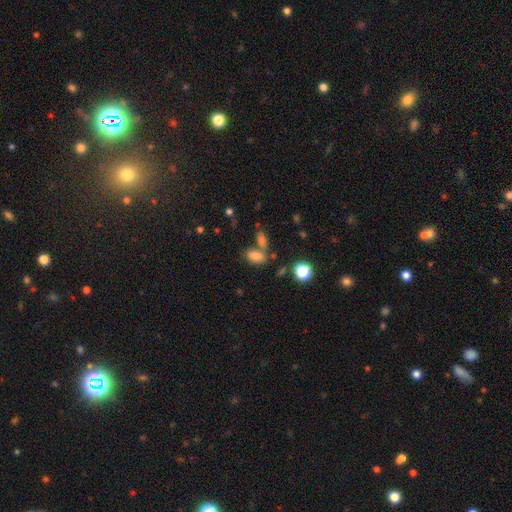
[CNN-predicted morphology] Smooth or featured?
  - smooth: 80% *
  - star or artifact: 12%
  - featured or disk: 8%
How rounded?
  - in between: 88% *
  - round: 9%
  - cigar-shaped: 3%
Merging?
  - none: 55% *
  - merger: 27%
  - minor disturbance: 12%
  - major disturbance: 5%